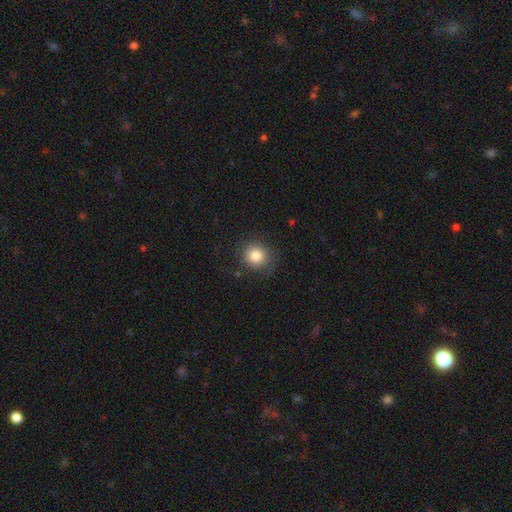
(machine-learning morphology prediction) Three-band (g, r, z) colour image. It shows a smooth galaxy with no disk features (82%) that is round (88%). Merging: none (81%).